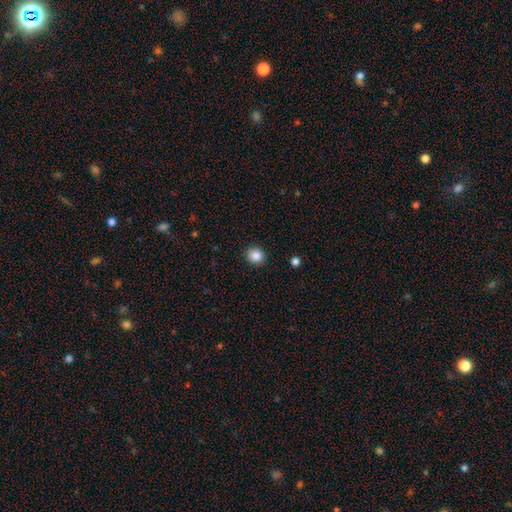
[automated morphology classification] Q: Smooth or featured?
A: smooth (86%); runner-up: star or artifact (10%)
Q: How rounded?
A: round (88%); runner-up: in between (11%)
Q: Merging?
A: none (92%); runner-up: minor disturbance (5%)